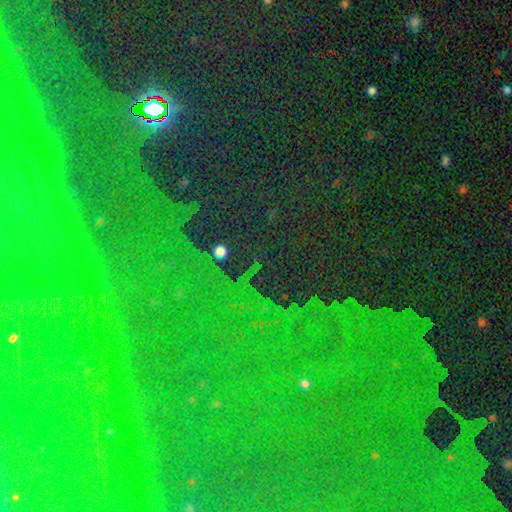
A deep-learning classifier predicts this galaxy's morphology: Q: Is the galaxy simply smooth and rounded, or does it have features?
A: star or artifact — 82%.